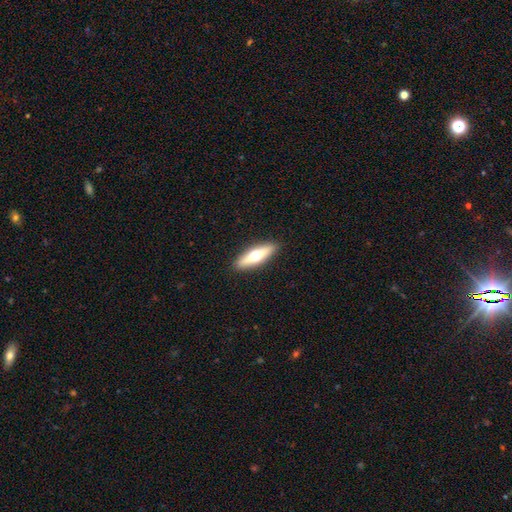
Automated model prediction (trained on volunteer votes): smooth-or-featured: featured or disk: 47% (tied) | smooth: 47% (tied) | star or artifact: 6%
  merging: none: 90% | minor disturbance: 7% | major disturbance: 2% | merger: 1%